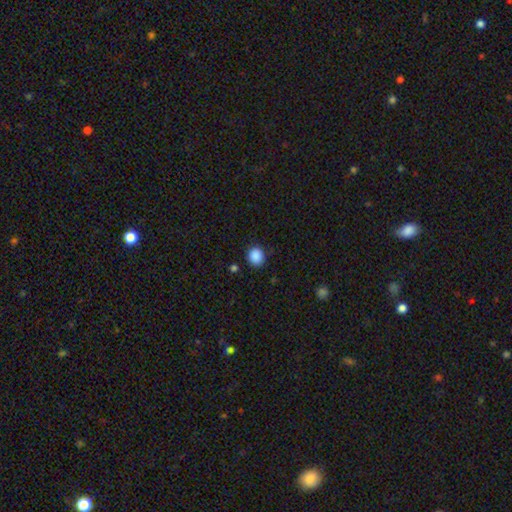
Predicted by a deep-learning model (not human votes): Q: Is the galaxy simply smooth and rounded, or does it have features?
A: smooth — 88%.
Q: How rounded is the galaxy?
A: round — 82%.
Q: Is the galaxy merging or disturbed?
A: none — 85%.